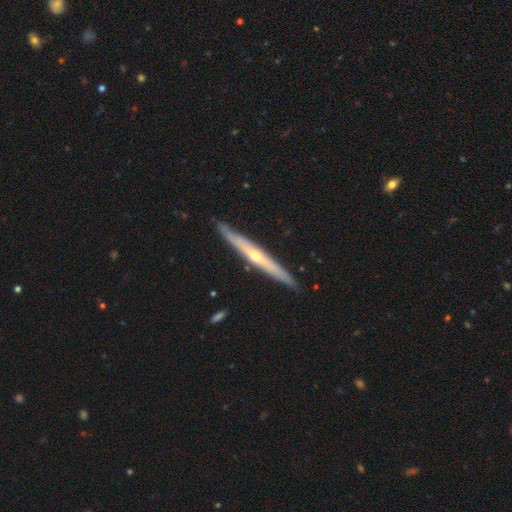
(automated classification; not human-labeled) The model was most divided on "smooth or featured": featured or disk: 72%, smooth: 23%, star or artifact: 5%. More confident: edge-on disk — yes (95%); merging — none (88%); edge-on bulge — rounded (75%).